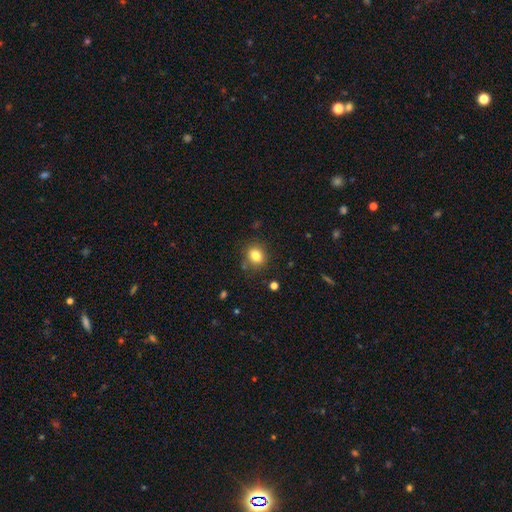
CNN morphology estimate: smooth 82%, star or artifact 11%, featured or disk 7%. Down the decision tree: how rounded — round (56%); merging — none (82%).